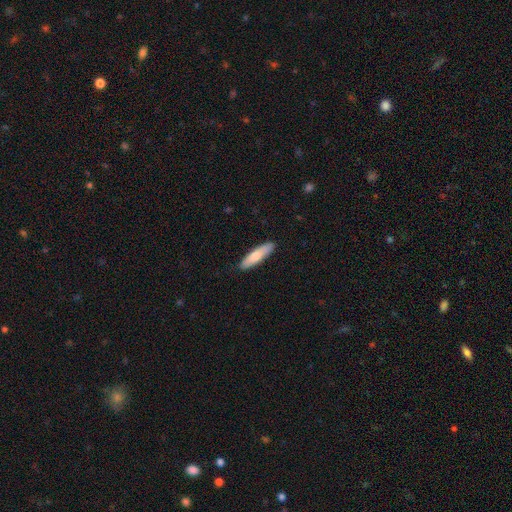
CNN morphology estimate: Smooth or featured: smooth — 74% (featured or disk — 21%)
How rounded: cigar-shaped — 70% (in between — 29%)
Merging: none — 89% (minor disturbance — 9%)